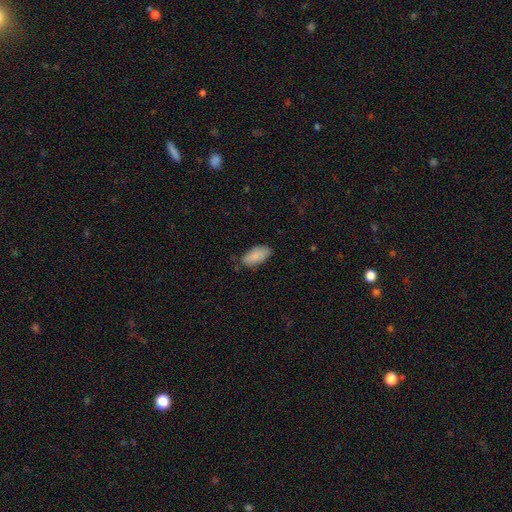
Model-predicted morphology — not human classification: This appears to be a smooth galaxy with no disk features (87%) that is in between round and cigar-shaped (92%). Merging: none (73%).